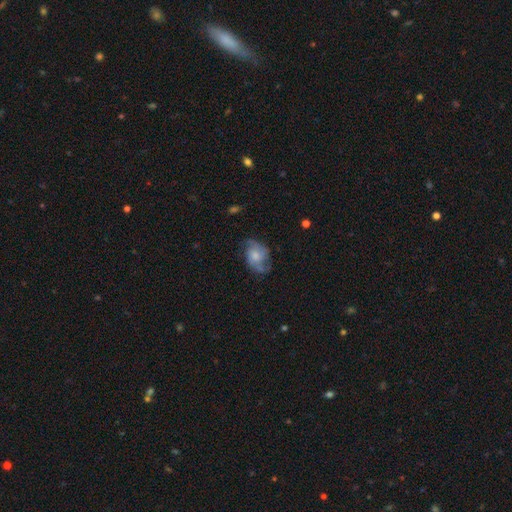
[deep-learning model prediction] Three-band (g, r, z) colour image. It shows a featured or disk galaxy (63%) with no bar (74%), 2 (57%) medium (45%) spiral arms (86%) and a moderate central bulge (42%). Merging: none (59%).